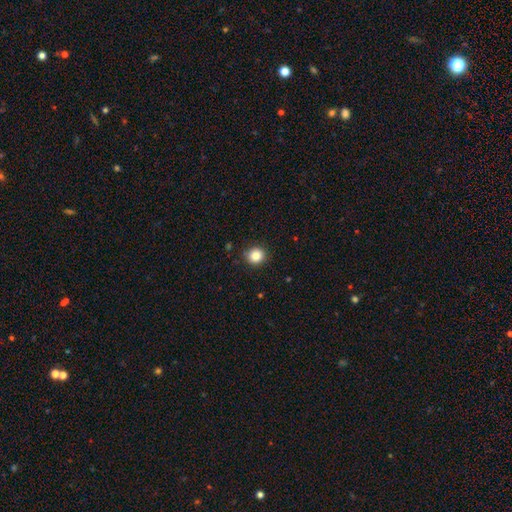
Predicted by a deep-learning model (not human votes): smooth 85%, star or artifact 10%, featured or disk 5%. Down the decision tree: how rounded — round (89%); merging — none (89%).